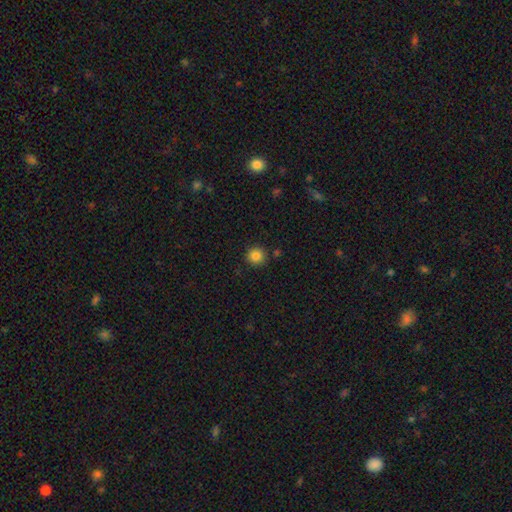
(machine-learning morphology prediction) smooth_or_featured: smooth (p=0.85) [alt: star or artifact p=0.11]
how_rounded: round (p=0.93) [alt: in between p=0.06]
merging: none (p=0.89) [alt: minor disturbance p=0.07]